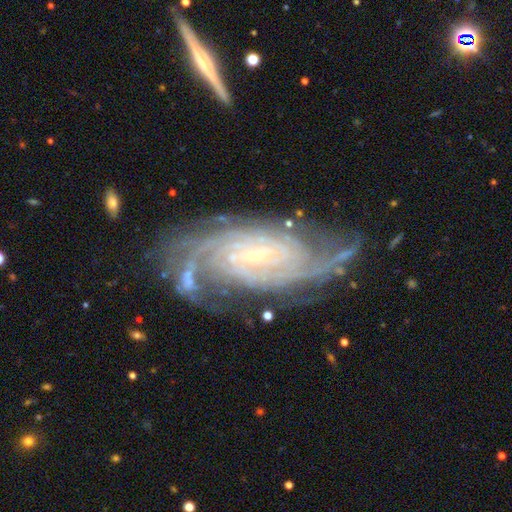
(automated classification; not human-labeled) The model was most divided on "bar": no: 42%, weak: 41%, strong: 17%. Remaining: spiral arms — yes (98%); edge-on disk — no (96%); smooth or featured — featured or disk (90%); bulge size — small (81%); spiral winding — tight (66%); merging — none (64%); spiral arm count — 4 (24%).